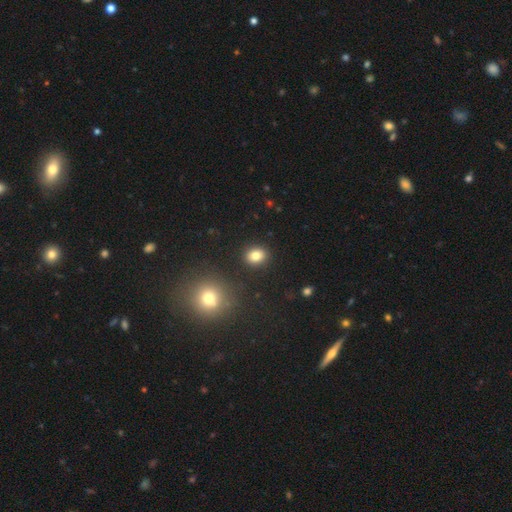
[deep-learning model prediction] smooth 81%, star or artifact 11%, featured or disk 7%. Down the decision tree: how rounded — round (59%); merging — none (89%).